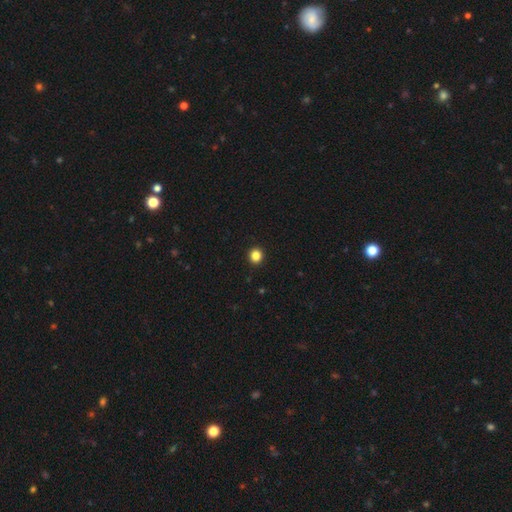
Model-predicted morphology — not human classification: A smooth galaxy with no disk features (85%) that is round (91%). Merging: none (94%).